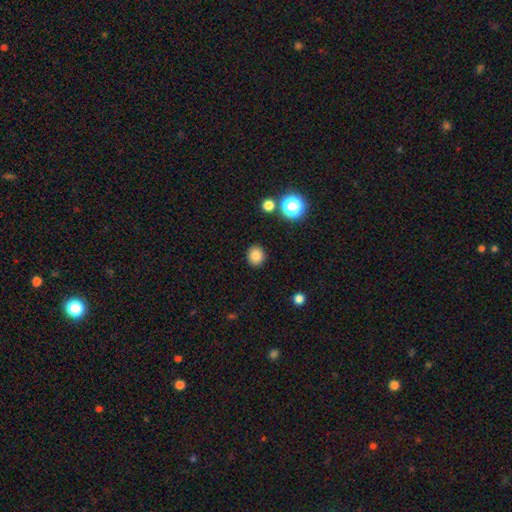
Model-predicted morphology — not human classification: Smooth or featured: smooth — 82% (star or artifact — 12%)
How rounded: round — 83% (in between — 16%)
Merging: none — 91% (minor disturbance — 6%)